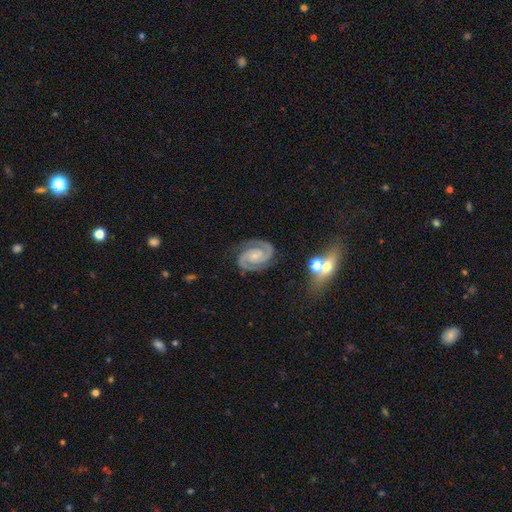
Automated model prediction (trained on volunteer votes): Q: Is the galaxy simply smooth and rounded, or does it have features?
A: featured or disk — 92%.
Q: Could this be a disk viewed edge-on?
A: no — 98%.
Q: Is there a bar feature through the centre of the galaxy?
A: no — 60%.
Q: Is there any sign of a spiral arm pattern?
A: yes — 99%.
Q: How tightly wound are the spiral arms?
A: tight — 56%.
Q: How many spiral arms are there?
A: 2 — 93%.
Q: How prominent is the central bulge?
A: small — 58%.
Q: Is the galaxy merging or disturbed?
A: none — 83%.